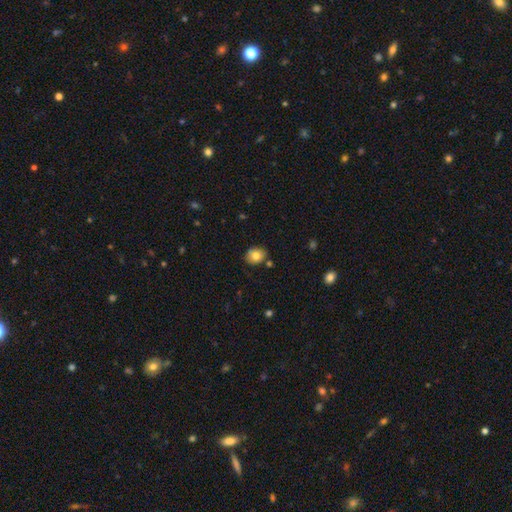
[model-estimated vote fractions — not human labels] smooth 79%, featured or disk 12%, star or artifact 9%. Down the decision tree: how rounded — round (59%); merging — none (79%).